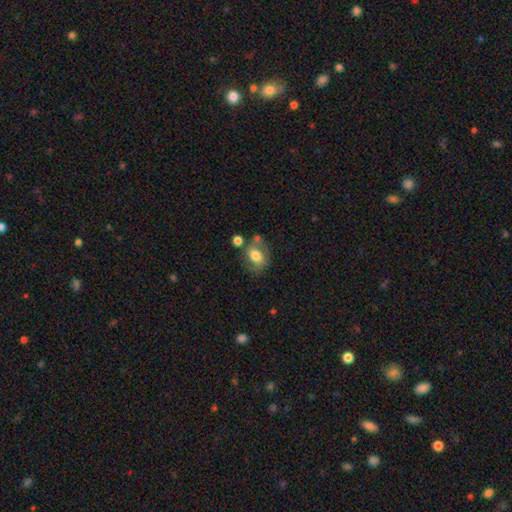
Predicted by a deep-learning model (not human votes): A smooth galaxy with no disk features (67%) that is in between round and cigar-shaped (62%).

Vote fractions:
- Smooth or featured? smooth: 67% / featured or disk: 24% / star or artifact: 9%
- How rounded? in between: 62% / round: 36% / cigar-shaped: 1%
- Merging? none: 55% / minor disturbance: 20% / merger: 16% / major disturbance: 9%